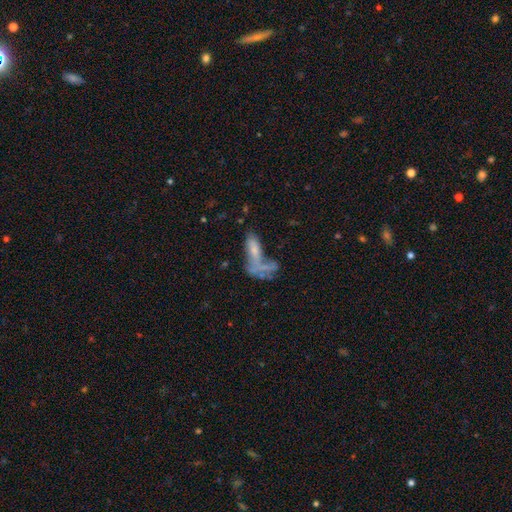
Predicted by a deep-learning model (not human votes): Smooth or featured? Predicted: smooth (p=0.42). Merging? Predicted: merger (p=0.42).